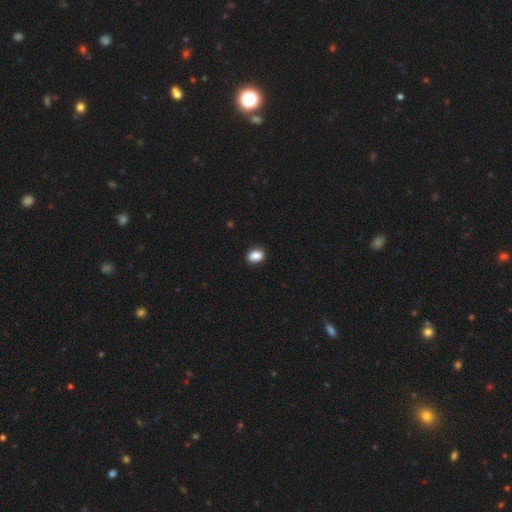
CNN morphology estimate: Smooth or featured: smooth — 88% (star or artifact — 9%)
How rounded: in between — 76% (round — 23%)
Merging: none — 89% (minor disturbance — 8%)